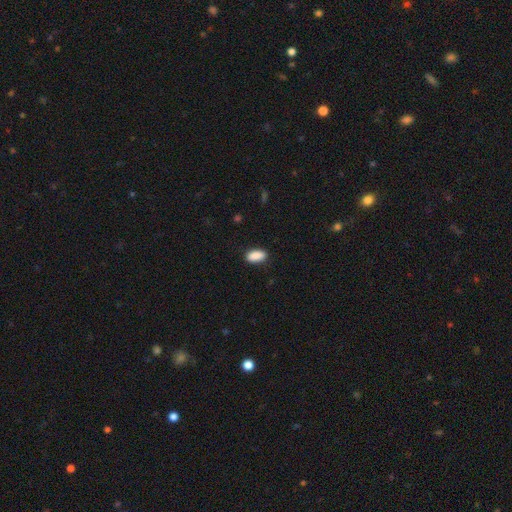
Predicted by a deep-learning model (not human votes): Morphology: type=smooth (90%); roundness=in between (91%); merging=none (86%).